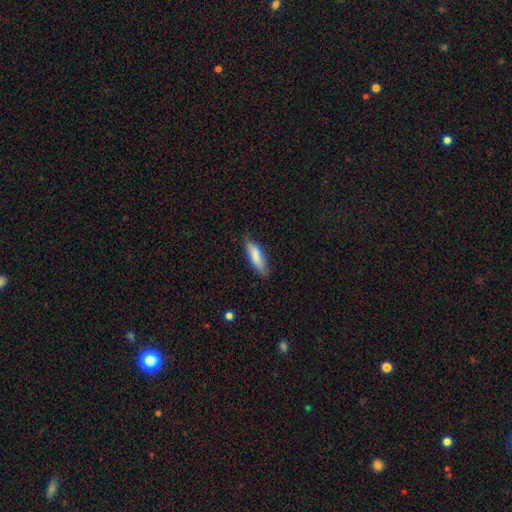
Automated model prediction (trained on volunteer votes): Smooth or featured: smooth — 81% (featured or disk — 13%)
How rounded: cigar-shaped — 54% (in between — 44%)
Merging: none — 73% (minor disturbance — 22%)